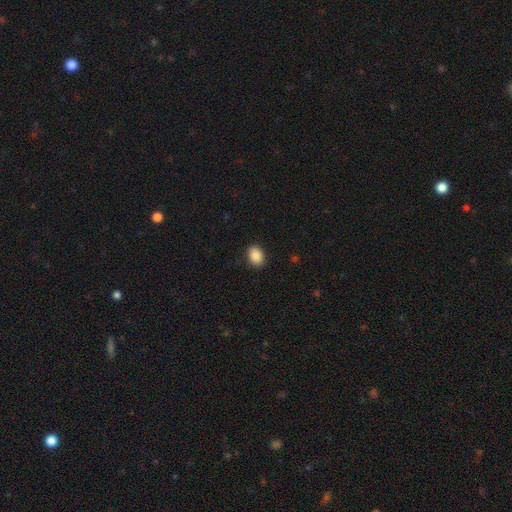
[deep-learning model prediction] Smooth or featured? Predicted: smooth (p=0.89). How rounded? Predicted: in between (p=0.69). Merging? Predicted: none (p=0.90).